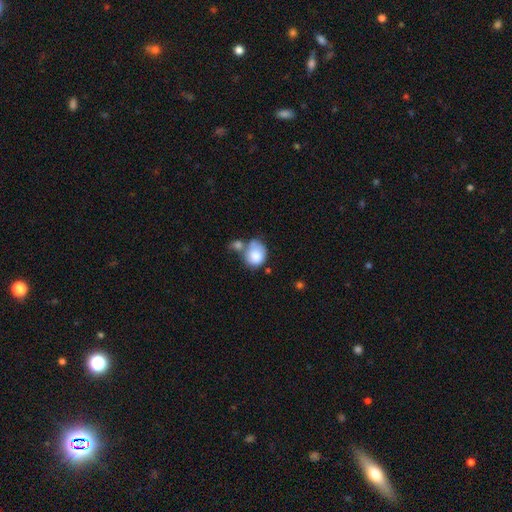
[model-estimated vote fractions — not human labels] Smooth or featured? smooth (74%)
How rounded? round (63%)
Merging? merger (39%)